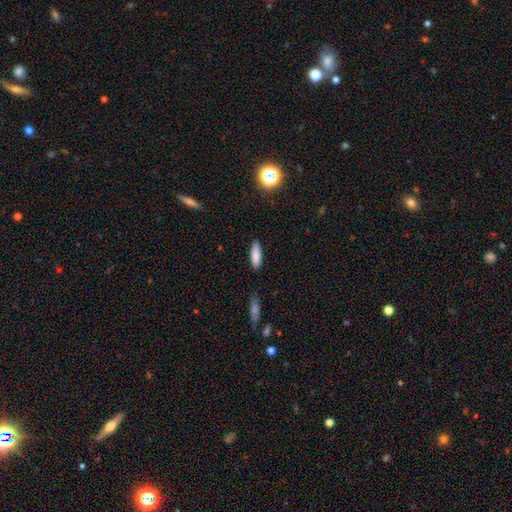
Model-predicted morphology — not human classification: Smooth or featured? smooth (85%)
How rounded? cigar-shaped (50%)
Merging? none (84%)